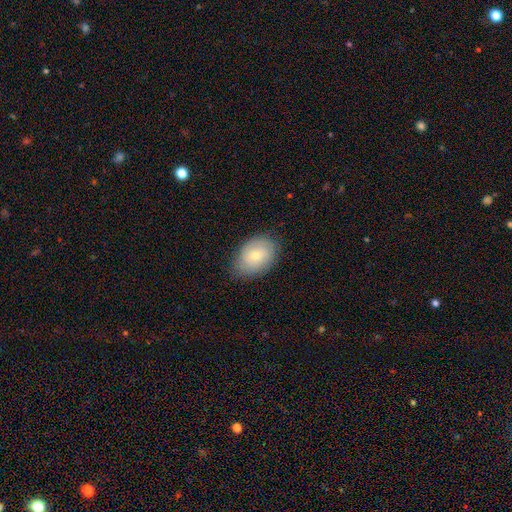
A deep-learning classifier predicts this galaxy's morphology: Smooth or featured? Predicted: smooth (p=0.66). How rounded? Predicted: in between (p=0.80). Merging? Predicted: none (p=0.78).